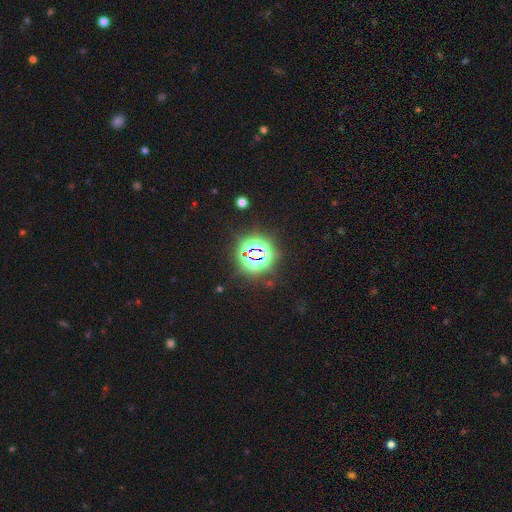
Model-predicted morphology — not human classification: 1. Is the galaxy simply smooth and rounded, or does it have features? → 80% star or artifact, 12% smooth, 8% featured or disk.